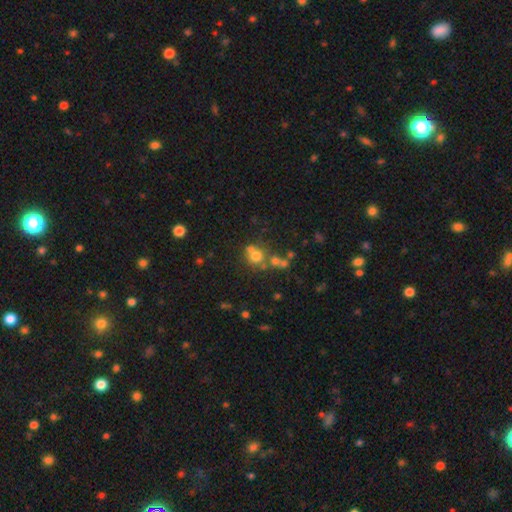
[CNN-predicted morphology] Smooth or featured?
  - smooth: 61% *
  - star or artifact: 20%
  - featured or disk: 19%
How rounded?
  - round: 81% *
  - in between: 18%
  - cigar-shaped: 1%
Merging?
  - none: 48% *
  - merger: 35%
  - minor disturbance: 11%
  - major disturbance: 7%